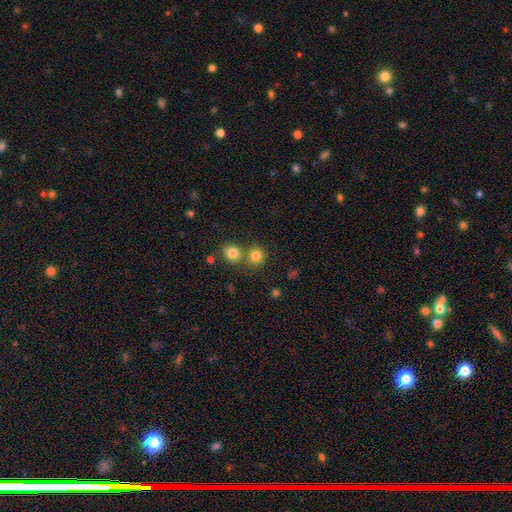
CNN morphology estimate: This is clearly a smooth galaxy (81%). How rounded: clearly round (86%). Merging: likely none (60%).